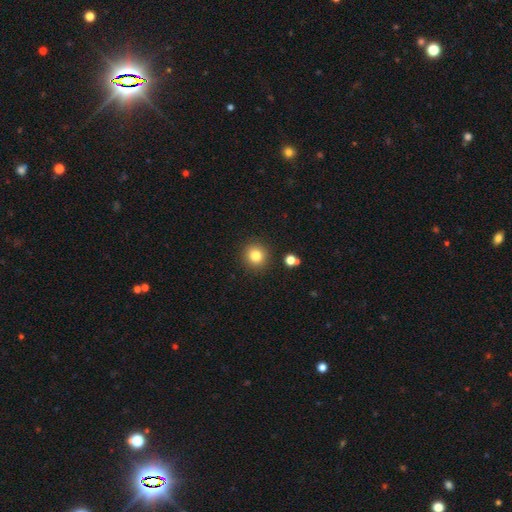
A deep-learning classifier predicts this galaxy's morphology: smooth_or_featured: smooth (p=0.82) [alt: star or artifact p=0.11]
how_rounded: round (p=0.90) [alt: in between p=0.10]
merging: none (p=0.90) [alt: minor disturbance p=0.06]